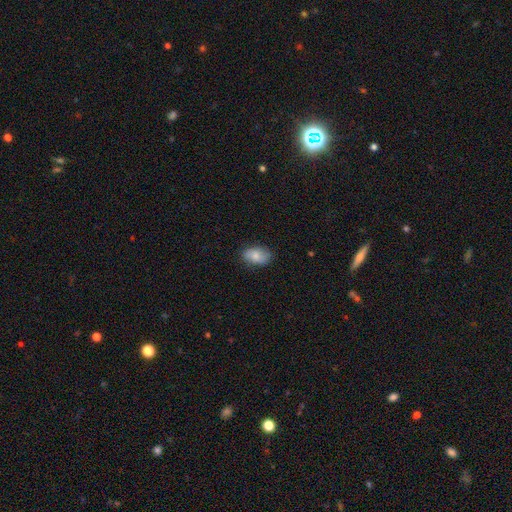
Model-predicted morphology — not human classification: Smooth or featured?
  - smooth: 76% *
  - featured or disk: 17%
  - star or artifact: 7%
How rounded?
  - in between: 89% *
  - round: 10%
  - cigar-shaped: 2%
Merging?
  - none: 80% *
  - minor disturbance: 16%
  - major disturbance: 3%
  - merger: 1%